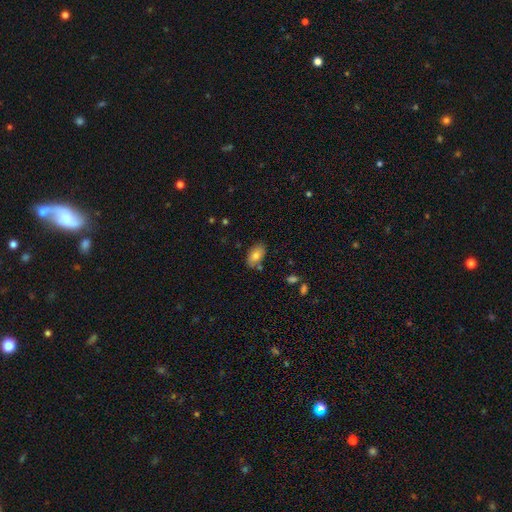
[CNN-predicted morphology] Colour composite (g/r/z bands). It shows a smooth galaxy with no disk features (80%) that is in between round and cigar-shaped (92%). Merging: none (79%).